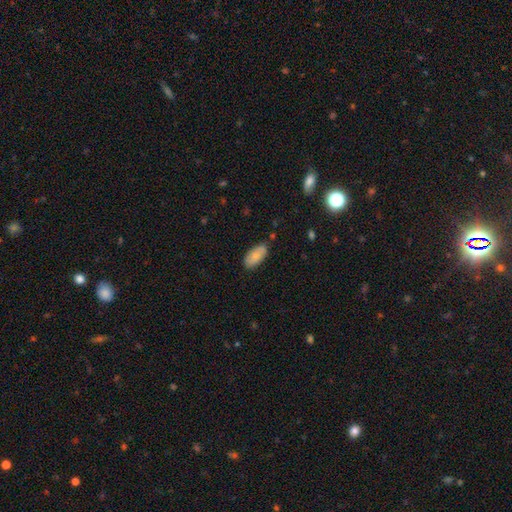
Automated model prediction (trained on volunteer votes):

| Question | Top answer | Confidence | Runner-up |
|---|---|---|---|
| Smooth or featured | smooth | 77% | featured or disk (17%) |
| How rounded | in between | 92% | cigar-shaped (6%) |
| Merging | none | 78% | minor disturbance (16%) |